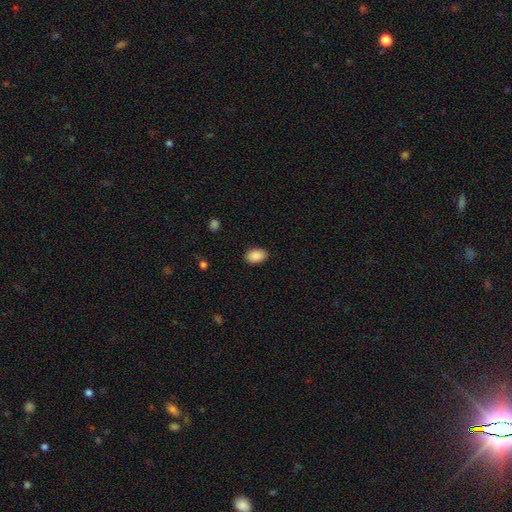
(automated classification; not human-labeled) Smooth or featured? Predicted: smooth (p=0.89). How rounded? Predicted: in between (p=0.90). Merging? Predicted: none (p=0.88).